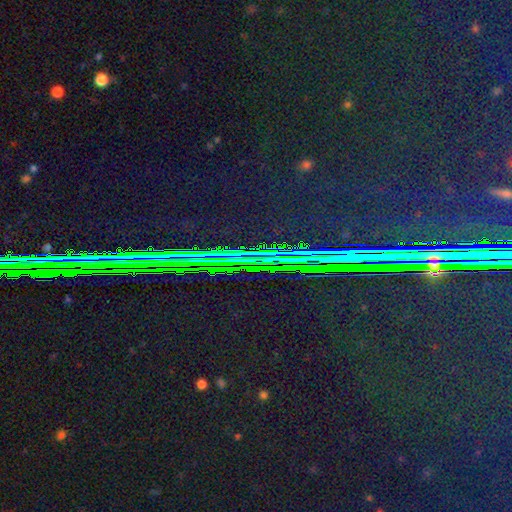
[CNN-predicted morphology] Smooth or featured? Predicted: star or artifact (p=0.88).